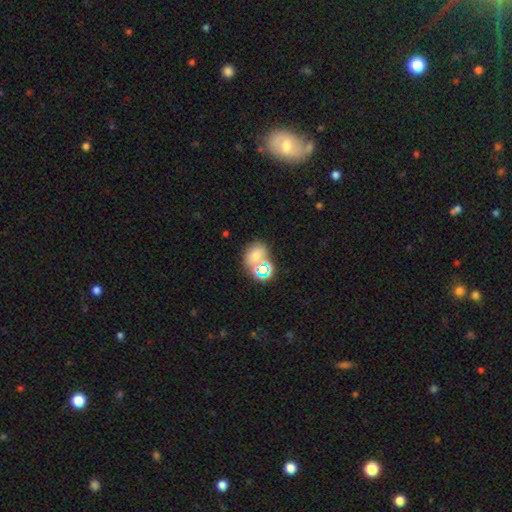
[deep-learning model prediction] Smooth or featured? Predicted: smooth (p=0.60). How rounded? Predicted: in between (p=0.52). Merging? Predicted: none (p=0.55).